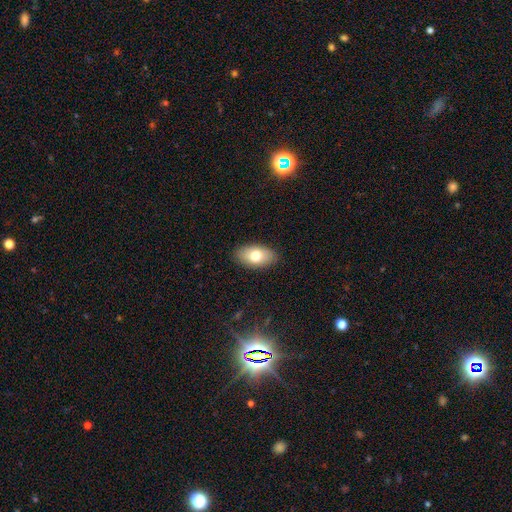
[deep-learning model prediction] The model was most divided on "smooth or featured": smooth: 75%, featured or disk: 17%, star or artifact: 7%. More confident: how rounded — in between (93%); merging — none (88%).